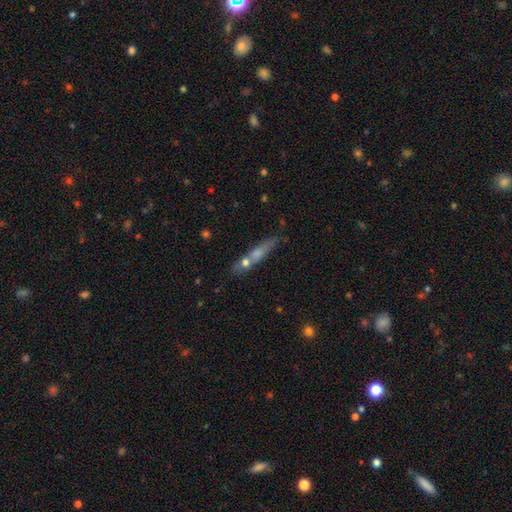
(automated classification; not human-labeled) The model was most divided on "smooth or featured": smooth: 44%, featured or disk: 43%, star or artifact: 13%. More confident: merging — none (64%).